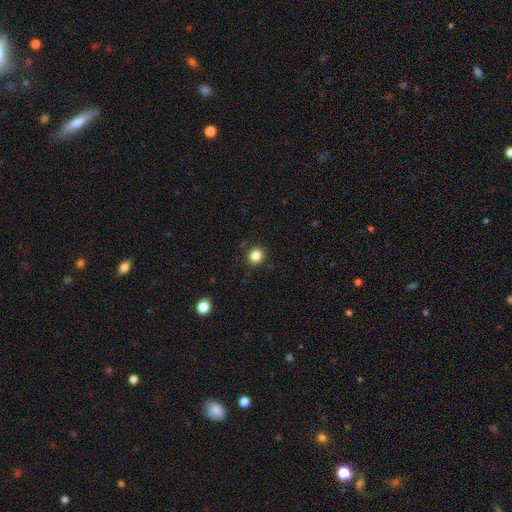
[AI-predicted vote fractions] This appears to be a smooth galaxy with no disk features (84%) that is round (83%). Merging: none (89%).